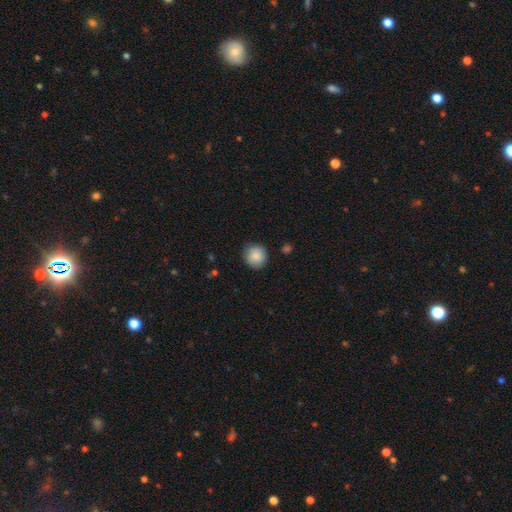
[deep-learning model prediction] Overall: smooth (87%). How rounded: round (91%). Merging: none (86%).